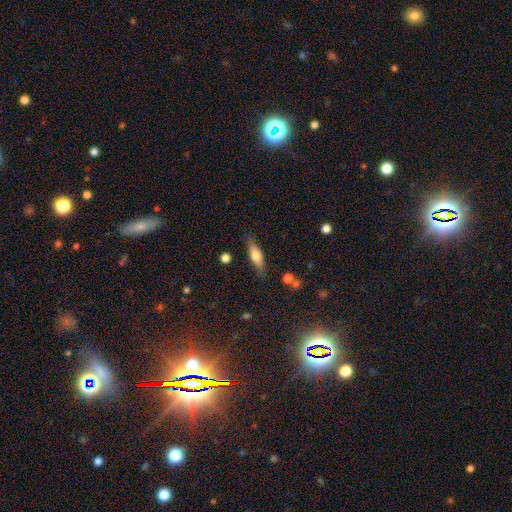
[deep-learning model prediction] Smooth or featured? Predicted: smooth (p=0.51). How rounded? Predicted: cigar-shaped (p=0.59). Merging? Predicted: none (p=0.82).